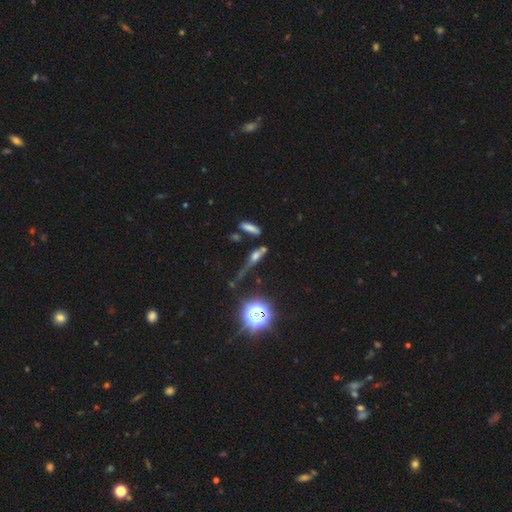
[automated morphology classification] The model was most divided on "smooth or featured": smooth: 38%, featured or disk: 35%, star or artifact: 28%. More confident: merging — none (50%).